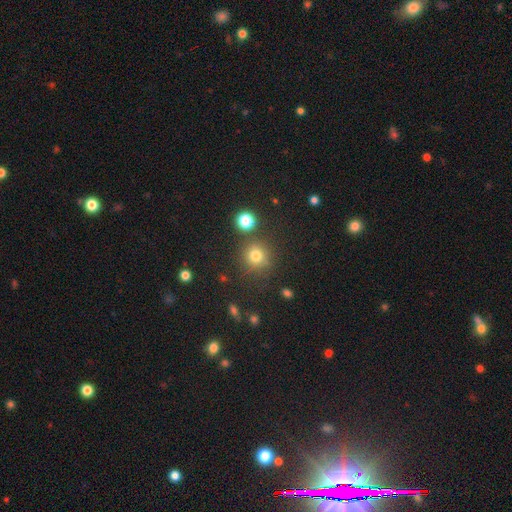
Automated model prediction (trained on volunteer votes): Smooth or featured? Predicted: smooth (p=0.76). How rounded? Predicted: round (p=0.91). Merging? Predicted: none (p=0.78).